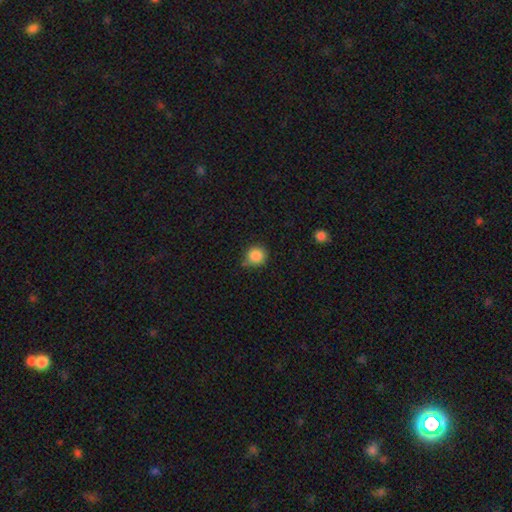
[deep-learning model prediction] The model was most divided on "merging": none: 73%, minor disturbance: 20%, merger: 4%, major disturbance: 4%. More confident: how rounded — round (91%); smooth or featured — smooth (86%).